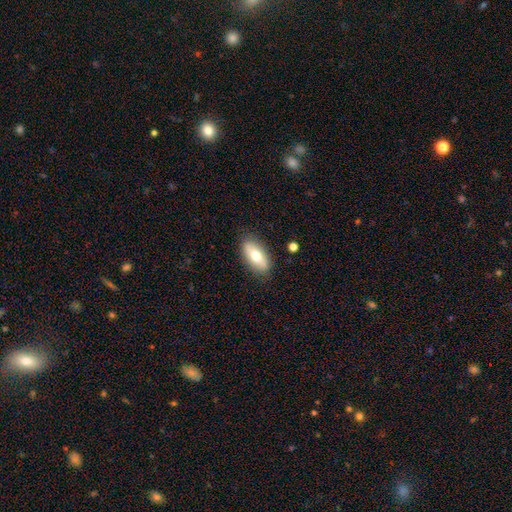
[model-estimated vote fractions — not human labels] Smooth or featured? smooth (68%)
How rounded? in between (86%)
Merging? none (85%)